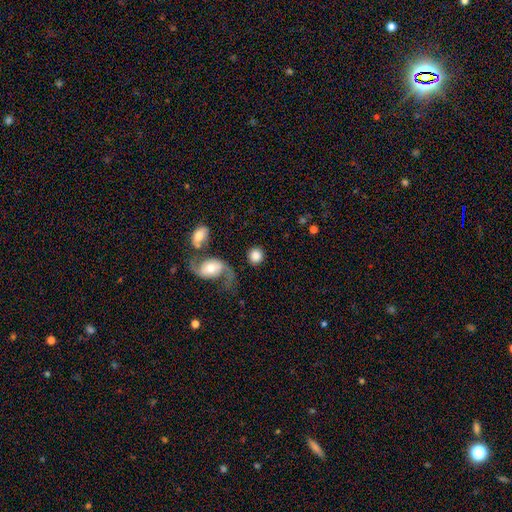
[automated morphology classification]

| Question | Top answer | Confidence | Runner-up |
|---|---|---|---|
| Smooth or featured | smooth | 77% | featured or disk (16%) |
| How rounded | round | 84% | in between (14%) |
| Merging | none | 68% | merger (11%) |